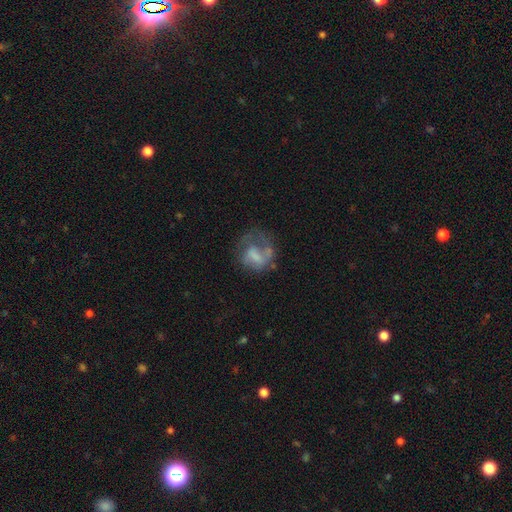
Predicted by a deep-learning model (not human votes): smooth_or_featured: featured or disk (p=0.50) [alt: smooth p=0.40]
merging: major disturbance (p=0.41) [alt: none p=0.33]